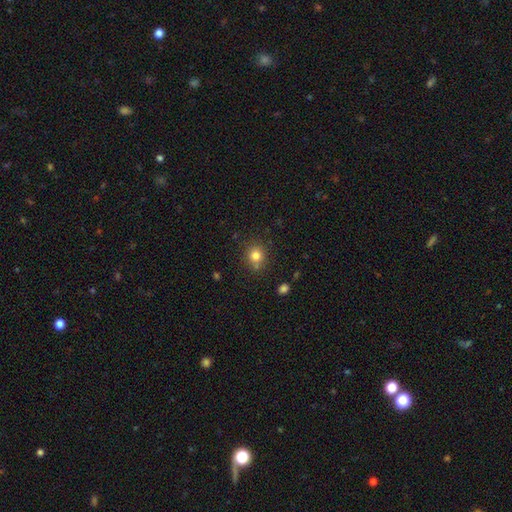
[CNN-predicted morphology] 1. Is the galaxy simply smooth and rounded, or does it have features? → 80% smooth, 13% star or artifact, 7% featured or disk.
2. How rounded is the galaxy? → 84% round, 15% in between, 1% cigar-shaped.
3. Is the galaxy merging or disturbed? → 78% none, 11% minor disturbance, 7% merger, 3% major disturbance.